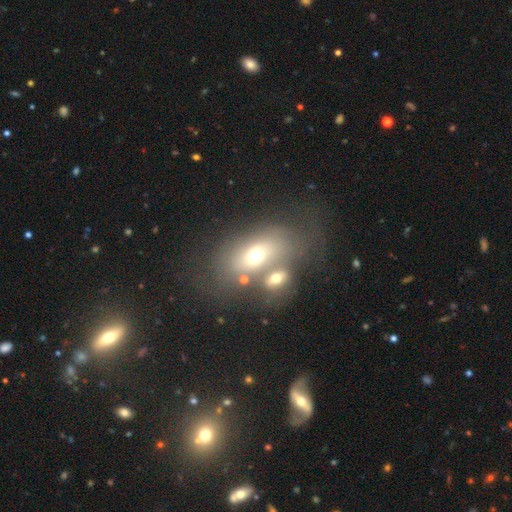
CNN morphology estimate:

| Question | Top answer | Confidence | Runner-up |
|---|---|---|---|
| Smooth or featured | smooth | 57% | featured or disk (31%) |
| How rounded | in between | 81% | round (15%) |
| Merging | merger | 43% | none (33%) |